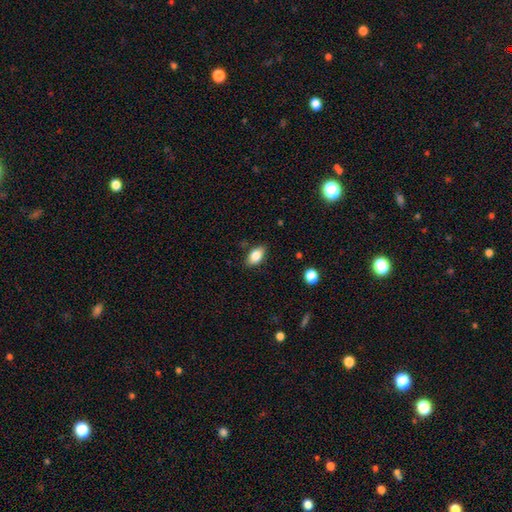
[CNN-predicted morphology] smooth 84%, featured or disk 8%, star or artifact 8%. Down the decision tree: how rounded — in between (91%); merging — none (84%).